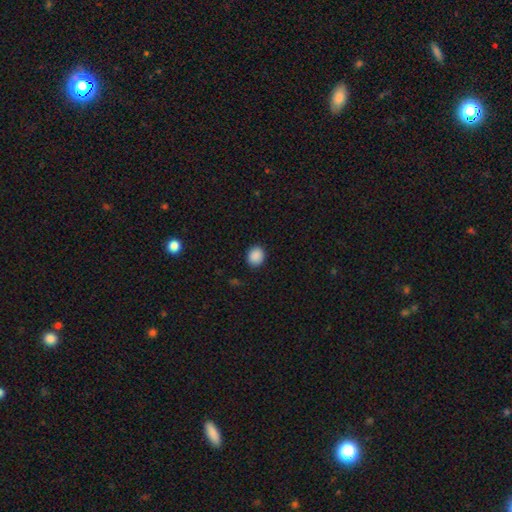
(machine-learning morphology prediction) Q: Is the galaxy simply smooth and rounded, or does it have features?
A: smooth — 89%.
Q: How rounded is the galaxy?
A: round — 67%.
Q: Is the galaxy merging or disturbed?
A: none — 89%.